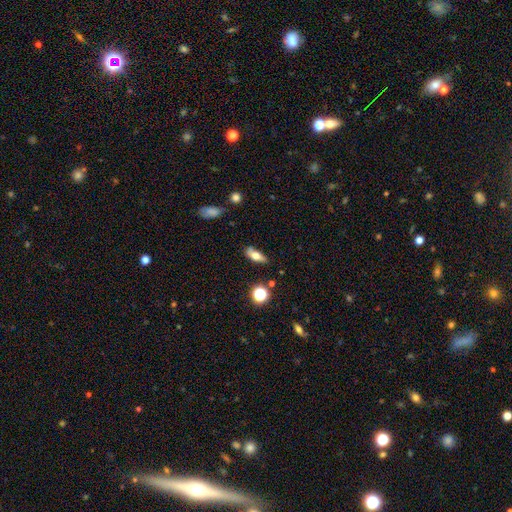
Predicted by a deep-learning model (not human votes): A smooth galaxy with no disk features (65%) that is in between round and cigar-shaped (69%). Merging: none (74%).